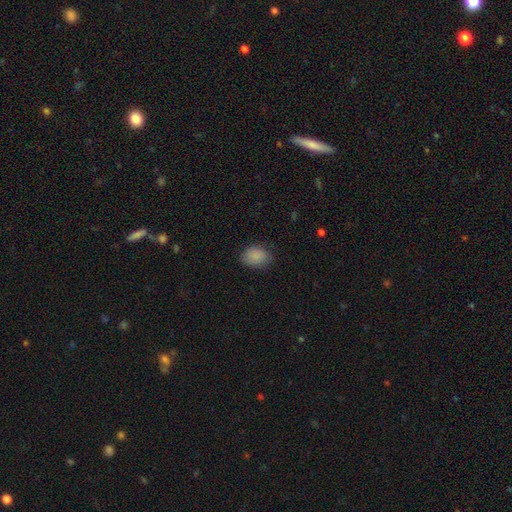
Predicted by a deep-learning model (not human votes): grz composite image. It shows a smooth galaxy with no disk features (88%) that is in between round and cigar-shaped (70%). Merging: none (79%).